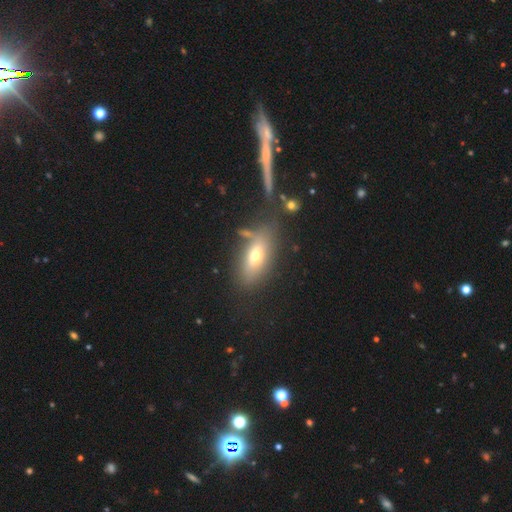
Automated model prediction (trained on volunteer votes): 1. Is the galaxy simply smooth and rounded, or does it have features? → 62% smooth, 27% featured or disk, 11% star or artifact.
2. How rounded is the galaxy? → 77% in between, 16% cigar-shaped, 6% round.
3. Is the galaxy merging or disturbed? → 68% none, 15% minor disturbance, 9% merger, 7% major disturbance.